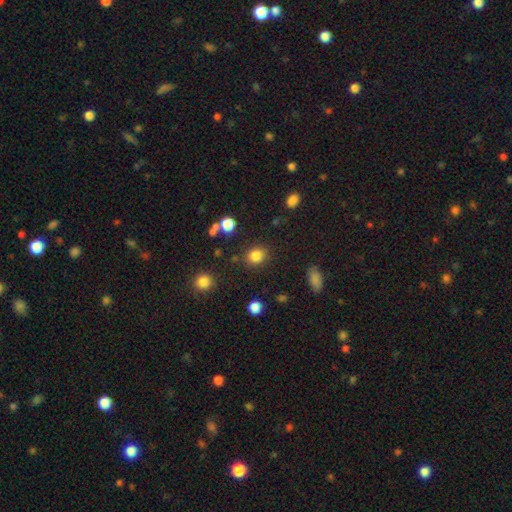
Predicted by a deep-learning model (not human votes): Smooth or featured? Predicted: smooth (p=0.83). How rounded? Predicted: round (p=0.76). Merging? Predicted: none (p=0.85).